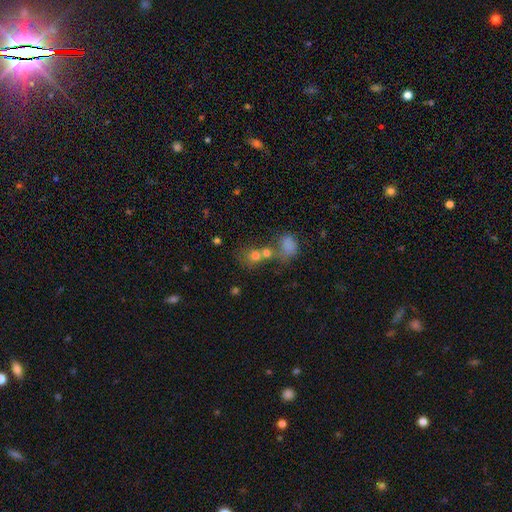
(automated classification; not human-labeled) A smooth galaxy with no disk features (68%) that is round (70%). Merging: merger (44%).